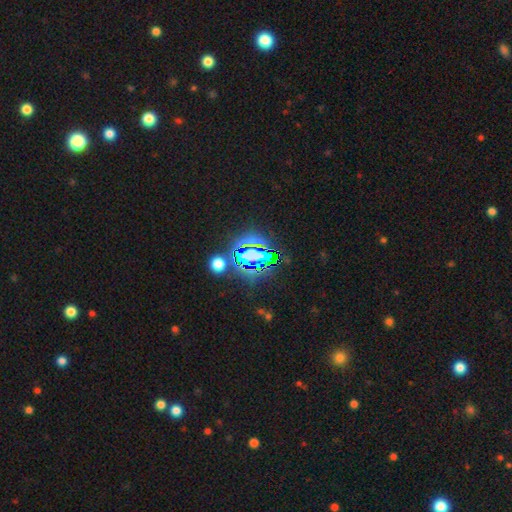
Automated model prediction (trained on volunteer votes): smooth_or_featured: star or artifact (p=0.66) [alt: smooth p=0.21]